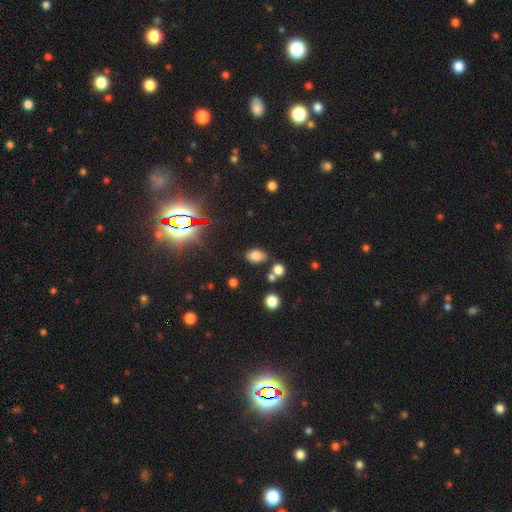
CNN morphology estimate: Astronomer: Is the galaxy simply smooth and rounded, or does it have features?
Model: smooth — 76%.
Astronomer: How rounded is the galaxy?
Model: in between — 83%.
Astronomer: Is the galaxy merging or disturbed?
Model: none — 70%.